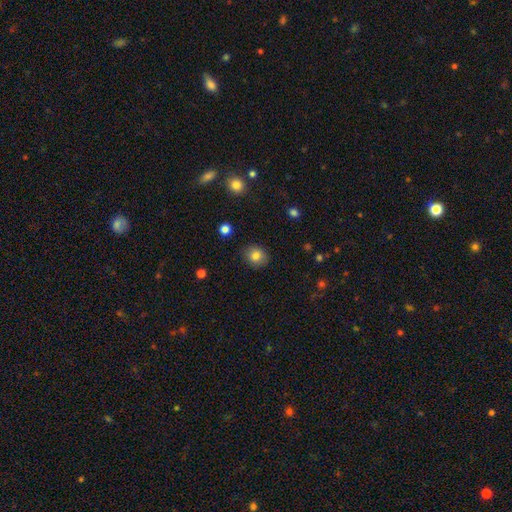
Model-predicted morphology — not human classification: This is clearly a smooth galaxy (82%). How rounded: likely round (74%). Merging: clearly none (89%).